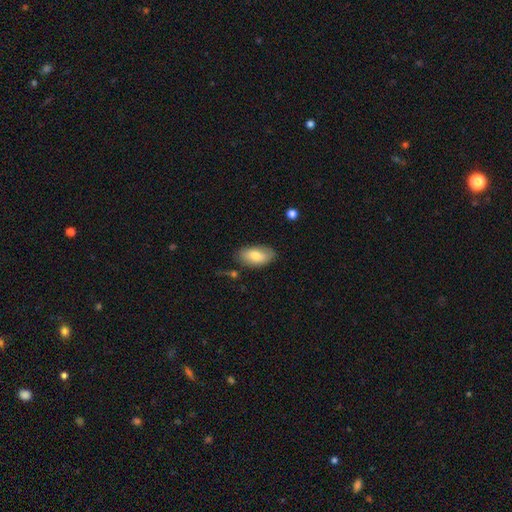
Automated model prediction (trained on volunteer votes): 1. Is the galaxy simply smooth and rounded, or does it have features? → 76% smooth, 18% featured or disk, 6% star or artifact.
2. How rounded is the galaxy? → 94% in between, 3% round, 3% cigar-shaped.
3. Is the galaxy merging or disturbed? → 77% none, 17% minor disturbance, 3% major disturbance, 3% merger.